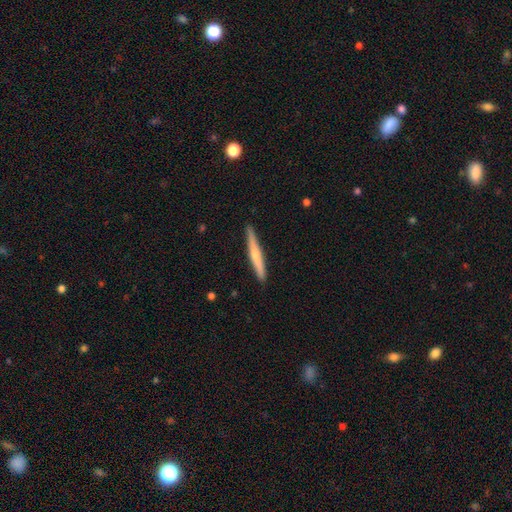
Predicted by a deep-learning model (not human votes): featured or disk 49%, smooth 46%, star or artifact 5%. Down the decision tree: merging — none (91%).